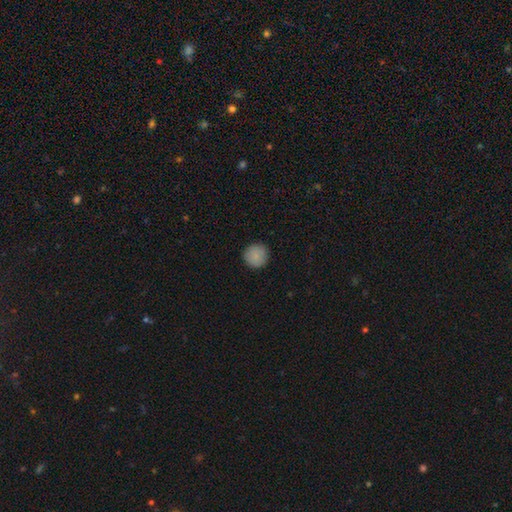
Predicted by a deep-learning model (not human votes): This is clearly a smooth galaxy (88%). How rounded: clearly round (95%). Merging: clearly none (91%).